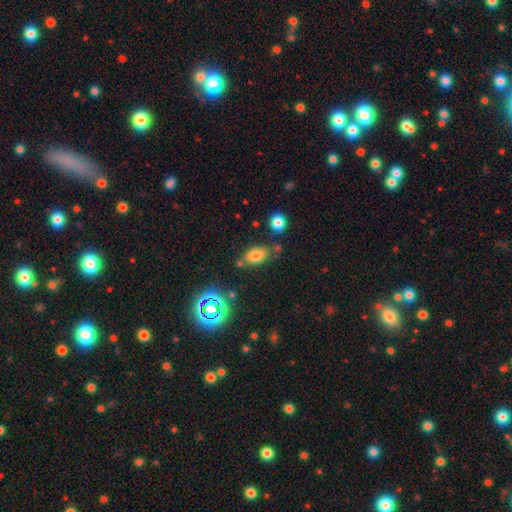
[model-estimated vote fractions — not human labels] Overall: smooth (74%). How rounded: in between (83%). Merging: none (70%).